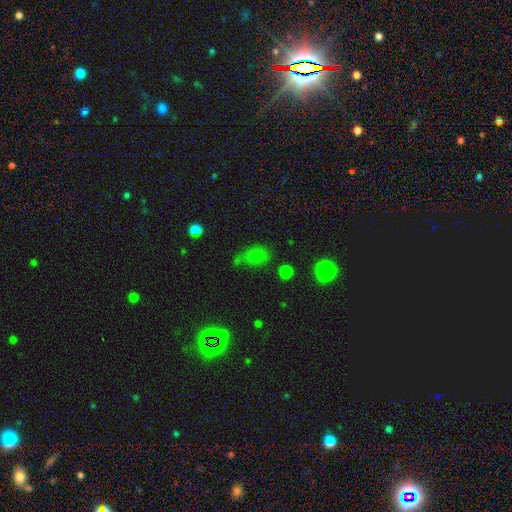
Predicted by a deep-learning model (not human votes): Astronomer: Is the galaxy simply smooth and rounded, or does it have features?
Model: smooth — 71%.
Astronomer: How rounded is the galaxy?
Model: in between — 71%.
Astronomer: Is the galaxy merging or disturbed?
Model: none — 47% (runner-up: minor disturbance, 28%).